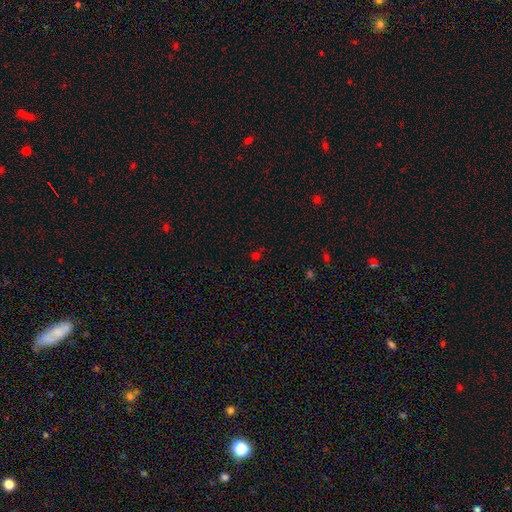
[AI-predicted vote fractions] Smooth or featured?
  - smooth: 51% *
  - star or artifact: 43%
  - featured or disk: 6%
How rounded?
  - round: 84% *
  - in between: 15%
  - cigar-shaped: 1%
Merging?
  - none: 77% *
  - minor disturbance: 11%
  - merger: 7%
  - major disturbance: 5%